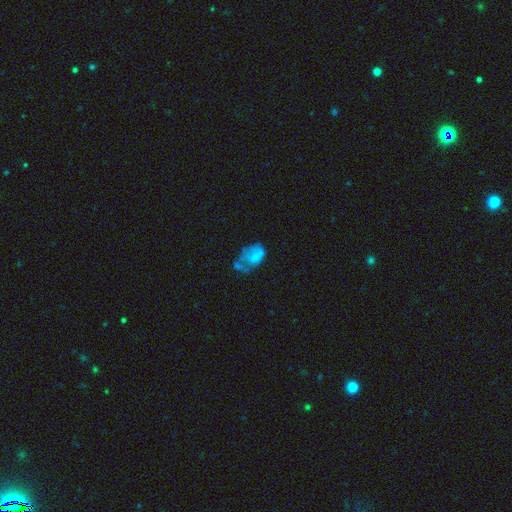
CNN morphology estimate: The model was most divided on "smooth or featured": smooth: 48%, featured or disk: 41%, star or artifact: 12%. Remaining: merging — major disturbance (32%).